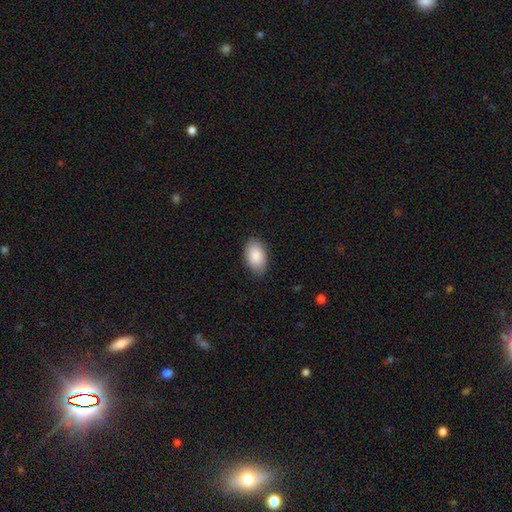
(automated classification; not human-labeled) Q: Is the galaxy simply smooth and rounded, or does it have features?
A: smooth — 89%.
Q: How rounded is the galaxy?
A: in between — 94%.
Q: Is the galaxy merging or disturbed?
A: none — 85%.